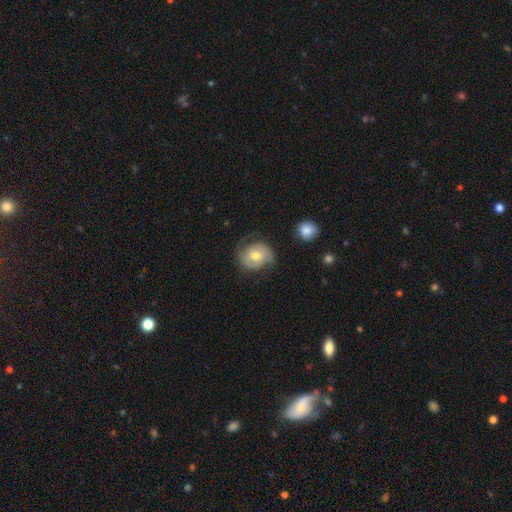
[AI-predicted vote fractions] Overall: smooth (52%; featured or disk 41%). How rounded: round (60%; in between 39%). Merging: none (56%; minor disturbance 27%).